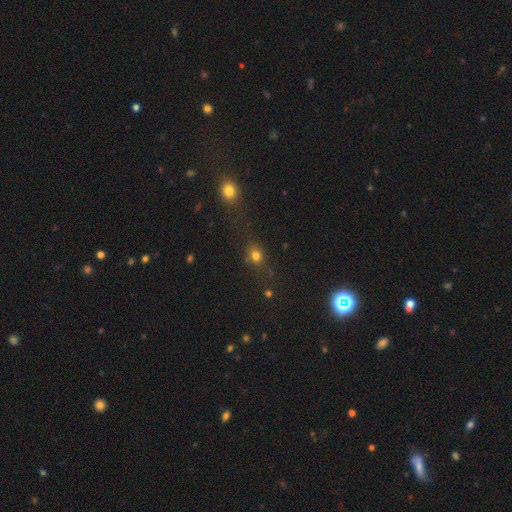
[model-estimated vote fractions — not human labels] Q: Smooth or featured?
A: smooth (73%); runner-up: star or artifact (19%)
Q: How rounded?
A: round (65%); runner-up: in between (33%)
Q: Merging?
A: none (69%); runner-up: minor disturbance (14%)